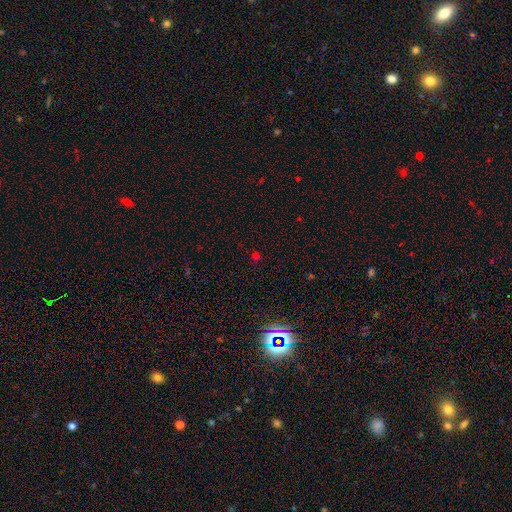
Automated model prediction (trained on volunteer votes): Smooth or featured?
  - star or artifact: 53% *
  - smooth: 41%
  - featured or disk: 6%